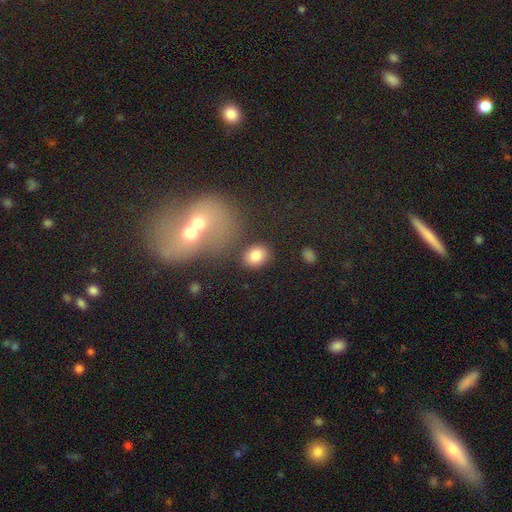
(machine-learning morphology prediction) smooth-or-featured: smooth: 81% | star or artifact: 10% | featured or disk: 9%
  how-rounded: round: 51% | in between: 47% | cigar-shaped: 1%
  merging: none: 79% | minor disturbance: 10% | merger: 8% | major disturbance: 4%